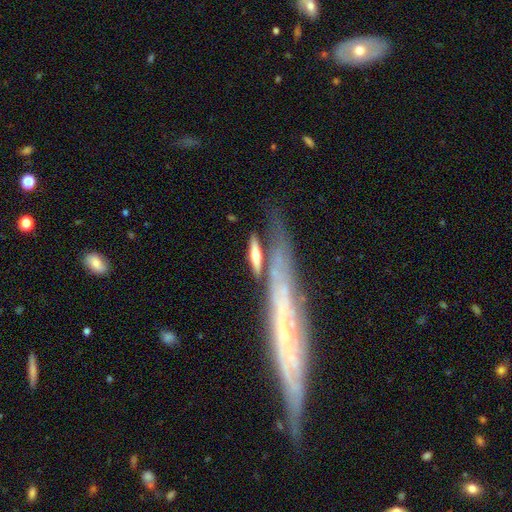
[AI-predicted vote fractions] smooth-or-featured: smooth: 50% | featured or disk: 43% | star or artifact: 7%
  how-rounded: cigar-shaped: 71% | in between: 24% | round: 5%
  merging: none: 60% | minor disturbance: 16% | merger: 16% | major disturbance: 7%